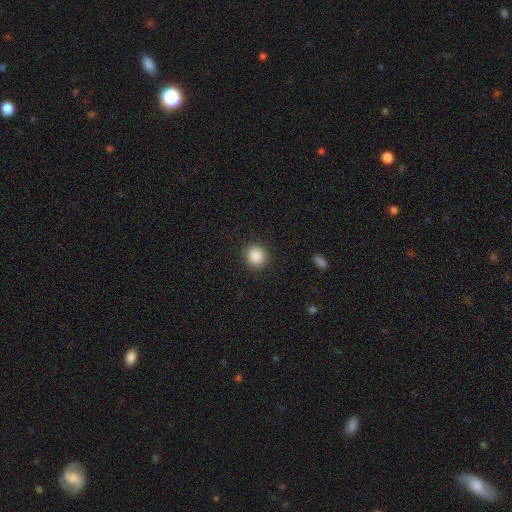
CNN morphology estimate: This appears to be a smooth galaxy with no disk features (87%) that is round (87%). Merging: none (90%).